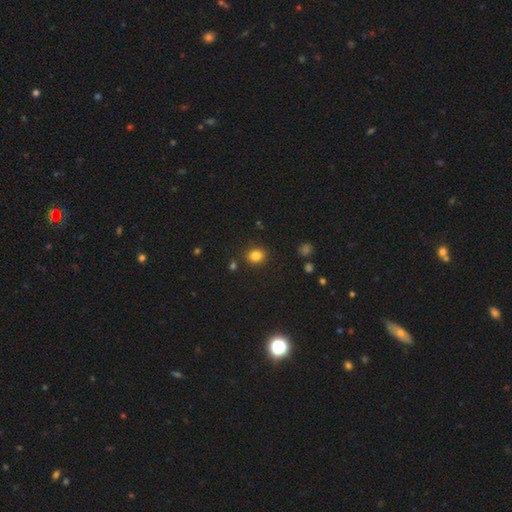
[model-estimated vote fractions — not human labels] This is clearly a smooth galaxy (81%). How rounded: likely round (64%). Merging: clearly none (87%).